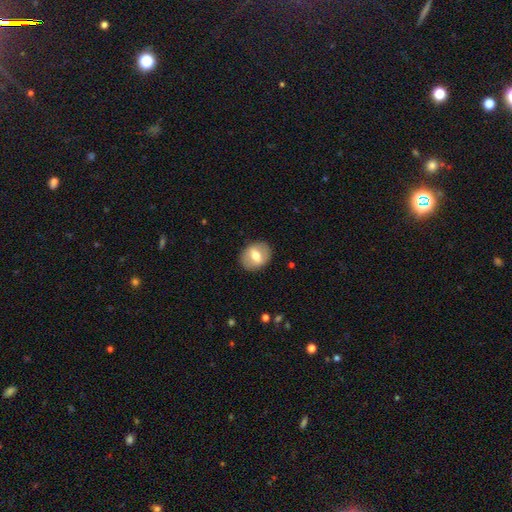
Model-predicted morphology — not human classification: Q: Smooth or featured?
A: smooth (53%); runner-up: featured or disk (40%)
Q: How rounded?
A: in between (50%); runner-up: round (48%)
Q: Merging?
A: none (87%); runner-up: minor disturbance (9%)